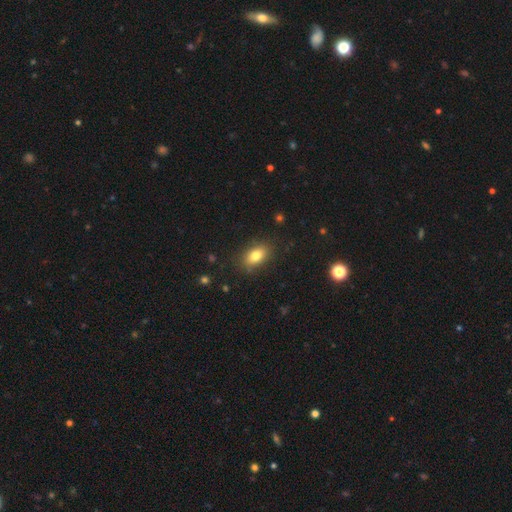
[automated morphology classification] The model was most divided on "smooth or featured": smooth: 80%, featured or disk: 11%, star or artifact: 9%. More confident: how rounded — in between (85%); merging — none (83%).